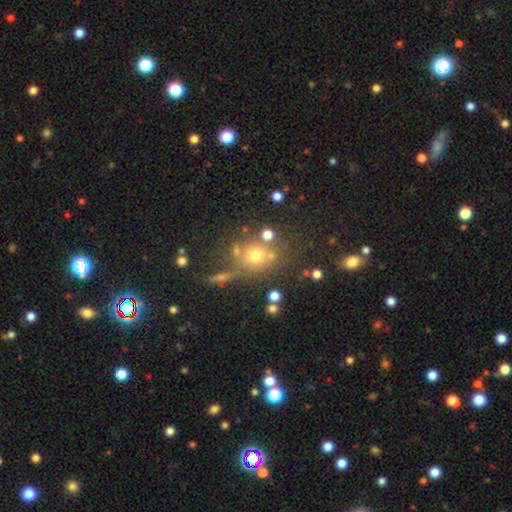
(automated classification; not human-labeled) smooth 60%, star or artifact 24%, featured or disk 16%. Down the decision tree: how rounded — round (80%); merging — none (64%).